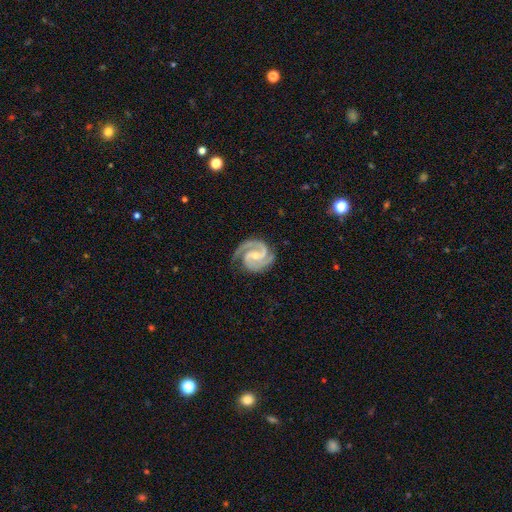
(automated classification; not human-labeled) This is clearly a featured or disk galaxy (93%). It is clearly not viewed edge-on (98%). Bar: possibly weak (46%). Spiral arm pattern: clearly yes (99%). Spiral arm count: clearly 2 (81%). Spiral winding: possibly tight (50%). Central bulge: possibly small (56%). Merging: likely none (77%).